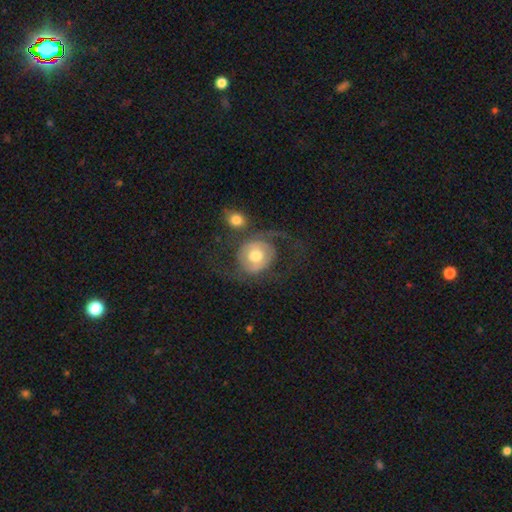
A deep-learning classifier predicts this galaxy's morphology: Smooth or featured: featured or disk — 61% (smooth — 32%)
Edge-on disk: no — 96% (yes — 4%)
Bar: no — 67% (weak — 26%)
Spiral arms: yes — 74% (no — 26%)
Bulge size: moderate — 71% (large — 17%)
Merging: none — 38% (major disturbance — 30%)